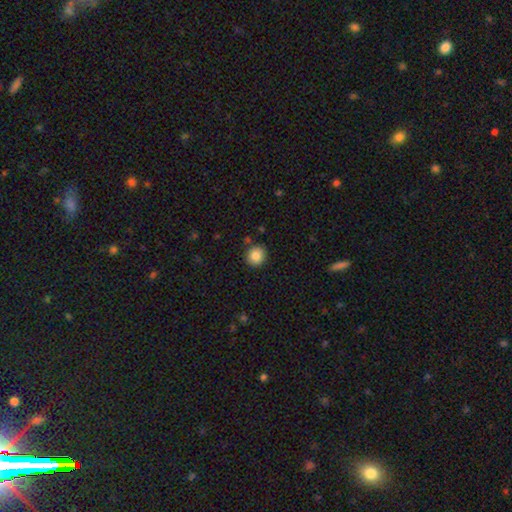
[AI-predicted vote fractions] Morphology: type=smooth (86%); roundness=round (88%); merging=none (87%).